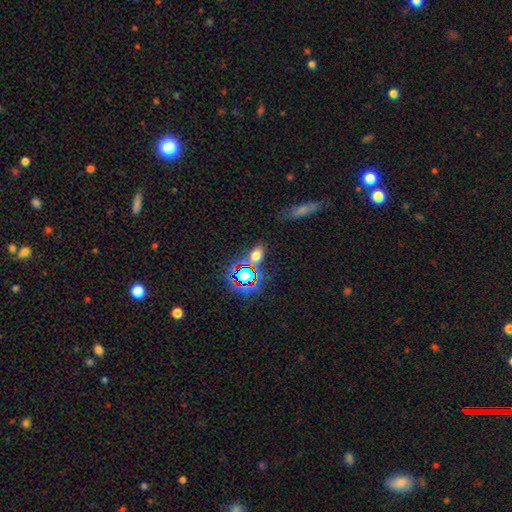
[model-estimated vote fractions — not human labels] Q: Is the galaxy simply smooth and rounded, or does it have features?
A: smooth — 59%.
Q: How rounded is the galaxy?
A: in between — 78%.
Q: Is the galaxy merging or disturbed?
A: none — 76%.